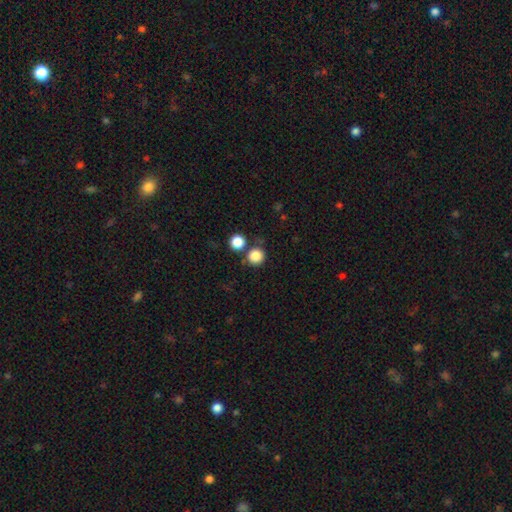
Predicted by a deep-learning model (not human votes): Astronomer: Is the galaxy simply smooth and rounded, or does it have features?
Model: smooth — 85%.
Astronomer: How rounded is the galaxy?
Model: round — 92%.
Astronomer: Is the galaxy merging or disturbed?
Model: none — 73%.